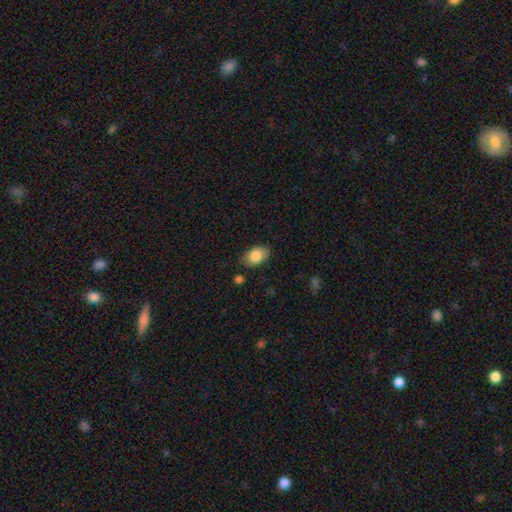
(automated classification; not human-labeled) Overall: smooth (85%). How rounded: in between (88%). Merging: none (79%).